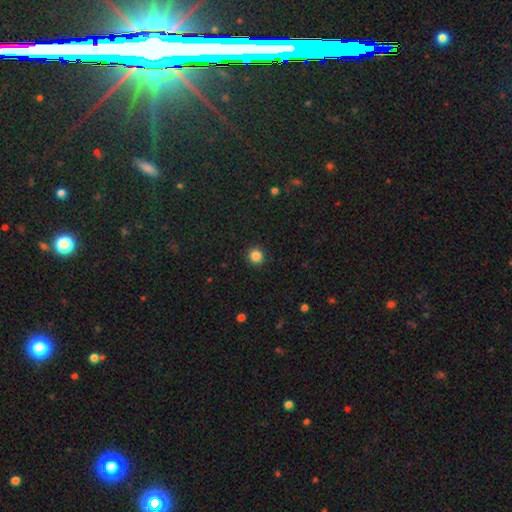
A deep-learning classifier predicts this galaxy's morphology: type=smooth (86%); roundness=round (94%); merging=none (92%).